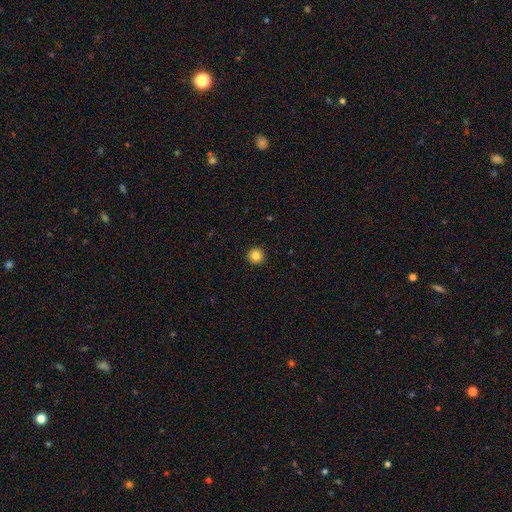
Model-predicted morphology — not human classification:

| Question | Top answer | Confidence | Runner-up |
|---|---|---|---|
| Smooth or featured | smooth | 85% | star or artifact (10%) |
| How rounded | round | 96% | in between (3%) |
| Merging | none | 94% | minor disturbance (4%) |